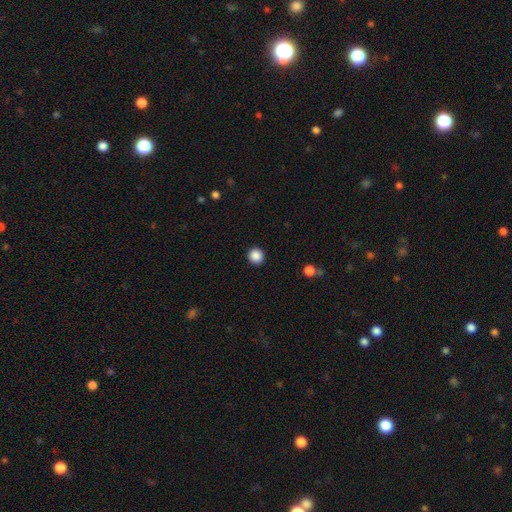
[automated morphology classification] Smooth or featured? Predicted: smooth (p=0.88). How rounded? Predicted: round (p=0.94). Merging? Predicted: none (p=0.93).